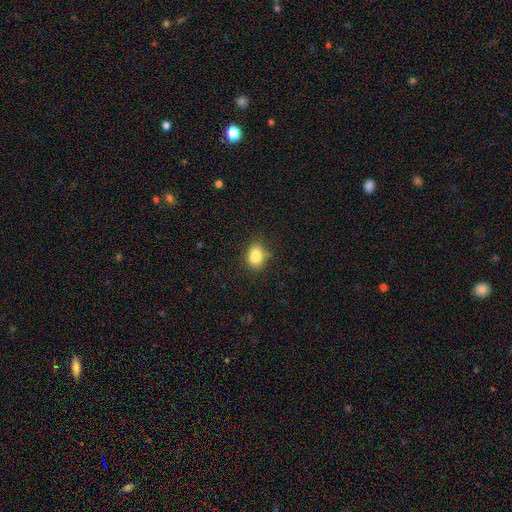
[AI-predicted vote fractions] Smooth or featured: smooth — 83% (star or artifact — 10%)
How rounded: in between — 67% (round — 32%)
Merging: none — 71% (minor disturbance — 21%)